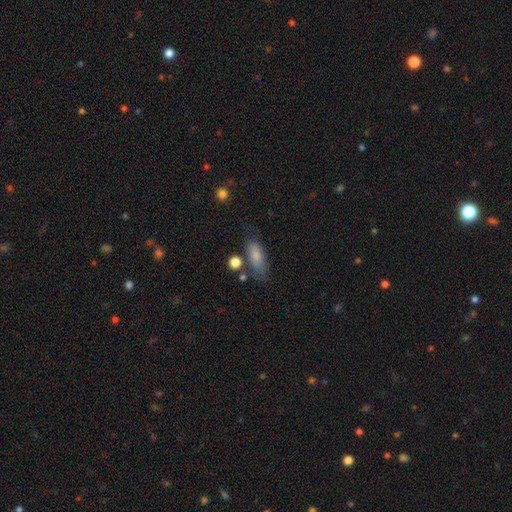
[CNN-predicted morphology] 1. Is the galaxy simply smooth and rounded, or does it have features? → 81% smooth, 11% featured or disk, 8% star or artifact.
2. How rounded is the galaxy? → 71% in between, 25% cigar-shaped, 4% round.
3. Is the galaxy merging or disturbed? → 61% none, 22% minor disturbance, 9% merger, 8% major disturbance.